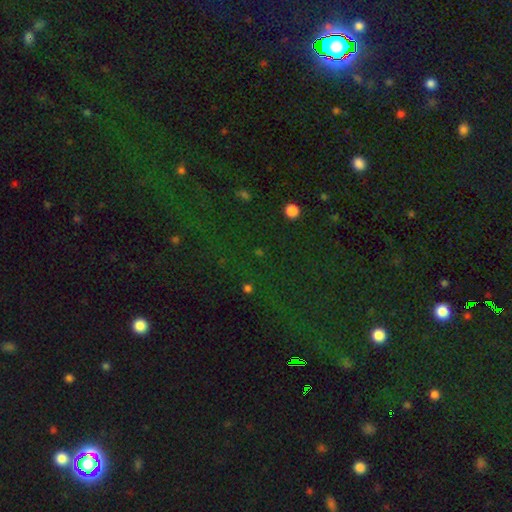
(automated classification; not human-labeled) Smooth or featured? star or artifact (75%)